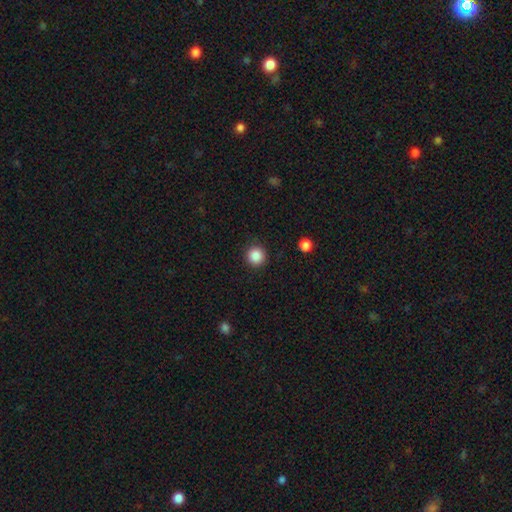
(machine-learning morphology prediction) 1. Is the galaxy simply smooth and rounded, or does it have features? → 87% smooth, 10% star or artifact, 3% featured or disk.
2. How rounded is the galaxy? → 95% round, 4% in between, 1% cigar-shaped.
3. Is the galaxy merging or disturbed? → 91% none, 6% minor disturbance, 2% major disturbance, 1% merger.